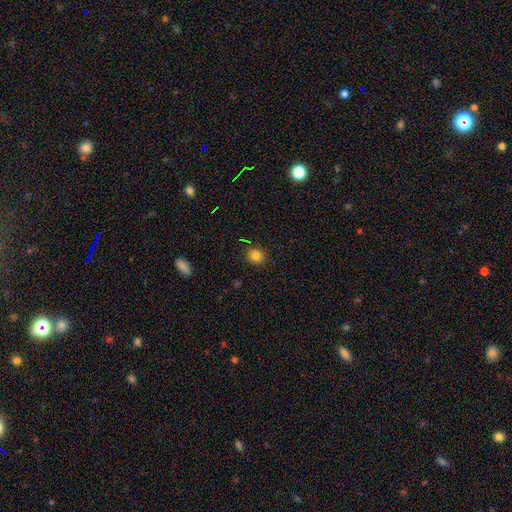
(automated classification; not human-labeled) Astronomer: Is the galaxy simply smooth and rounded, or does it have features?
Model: smooth — 82%.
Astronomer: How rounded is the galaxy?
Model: round — 77%.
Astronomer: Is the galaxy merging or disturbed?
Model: none — 89%.